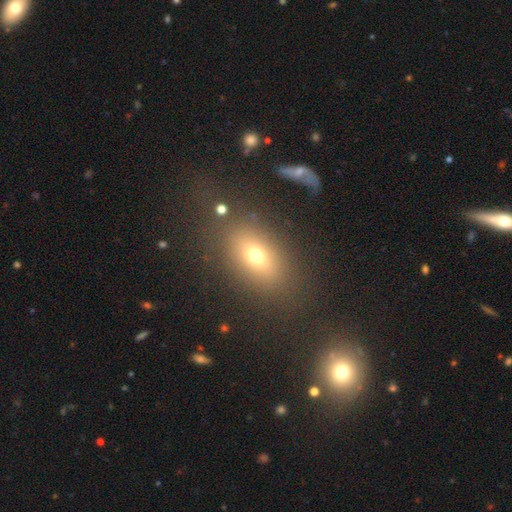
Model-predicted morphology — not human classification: Smooth or featured? Predicted: smooth (p=0.68). How rounded? Predicted: in between (p=0.78). Merging? Predicted: none (p=0.79).